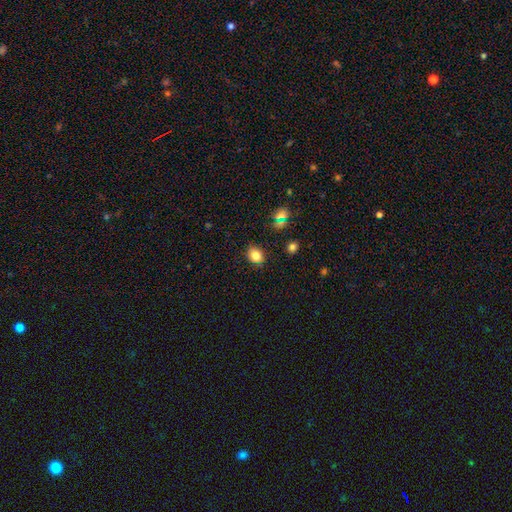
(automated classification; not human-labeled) This is likely a smooth galaxy (79%). How rounded: possibly in between (52%). Merging: clearly none (85%).